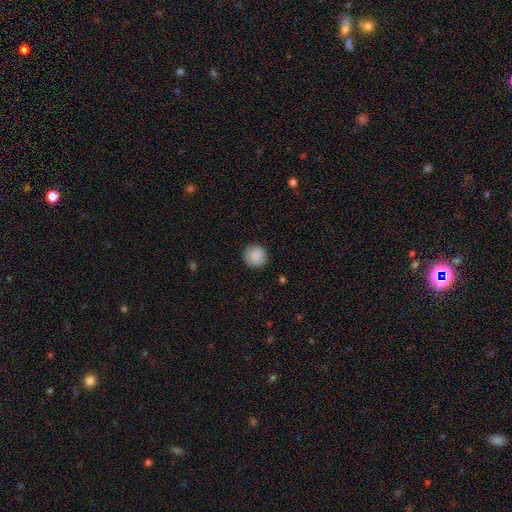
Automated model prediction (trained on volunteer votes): Overall: smooth (88%). How rounded: round (94%). Merging: none (89%).